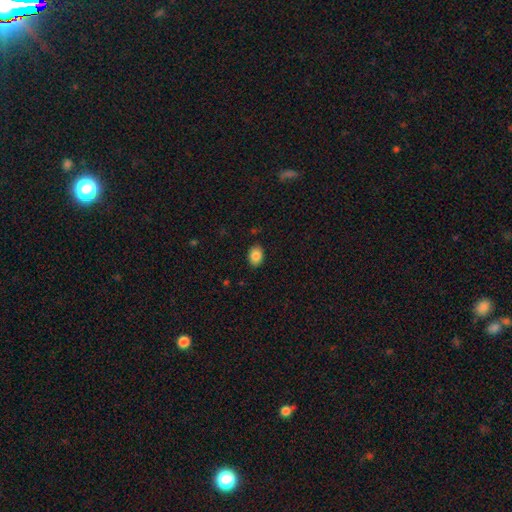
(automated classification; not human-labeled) smooth 86%, star or artifact 8%, featured or disk 6%. Down the decision tree: how rounded — in between (75%); merging — none (87%).